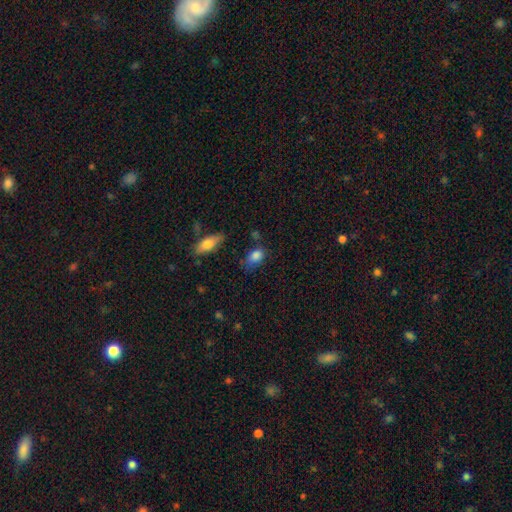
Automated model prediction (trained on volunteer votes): Q: Smooth or featured?
A: smooth (85%); runner-up: star or artifact (9%)
Q: How rounded?
A: in between (81%); runner-up: round (15%)
Q: Merging?
A: none (59%); runner-up: minor disturbance (28%)